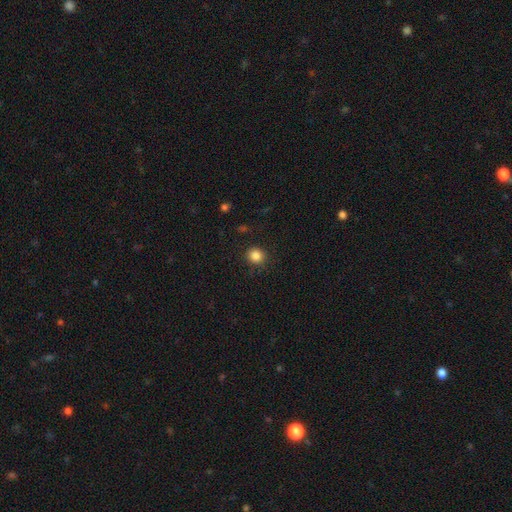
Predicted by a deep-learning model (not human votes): Morphology: type=smooth (85%); roundness=round (78%); merging=none (88%).